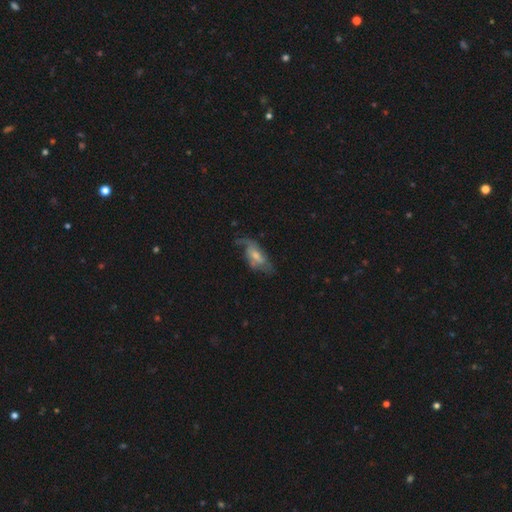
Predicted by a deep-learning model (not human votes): Q: Smooth or featured?
A: featured or disk (64%); runner-up: smooth (29%)
Q: Edge-on disk?
A: no (91%); runner-up: yes (9%)
Q: Bar?
A: weak (43%); tied with: no (43%)
Q: Spiral arms?
A: yes (82%); runner-up: no (18%)
Q: Bulge size?
A: moderate (46%); runner-up: small (37%)
Q: Merging?
A: none (44%); runner-up: major disturbance (26%)